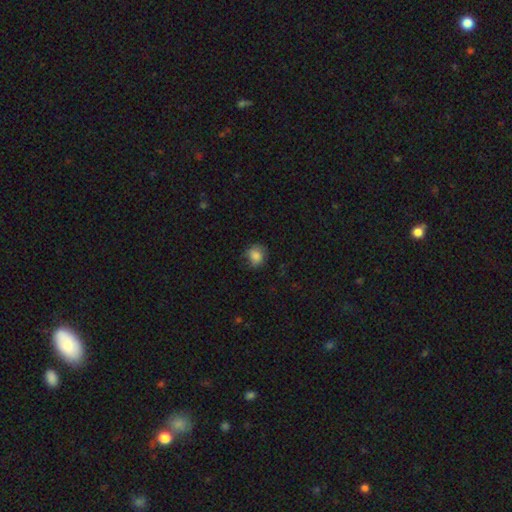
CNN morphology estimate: A smooth galaxy with no disk features (82%) that is round (69%). Merging: none (68%).